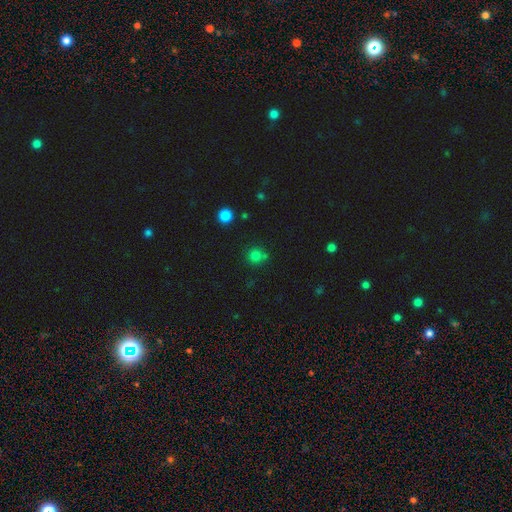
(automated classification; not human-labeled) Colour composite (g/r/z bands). It shows a smooth galaxy with no disk features (77%) that is round (90%). Merging: none (71%).